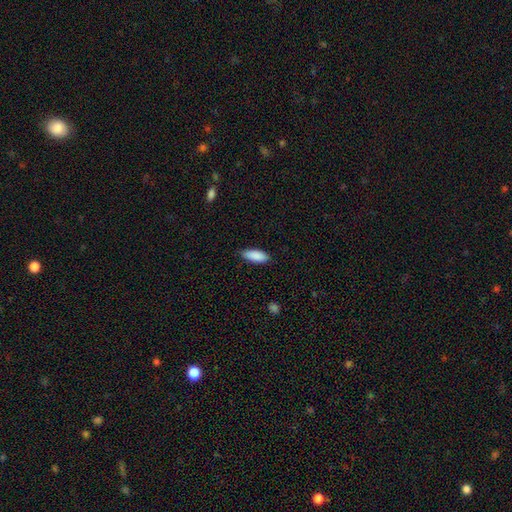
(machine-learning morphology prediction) smooth_or_featured: smooth (p=0.89) [alt: star or artifact p=0.06]
how_rounded: in between (p=0.76) [alt: cigar-shaped p=0.22]
merging: none (p=0.81) [alt: minor disturbance p=0.16]